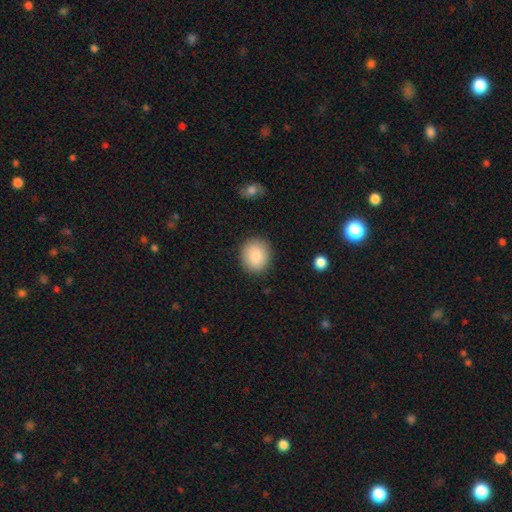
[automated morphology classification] A smooth galaxy with no disk features (85%) that is round (78%). Merging: none (89%).